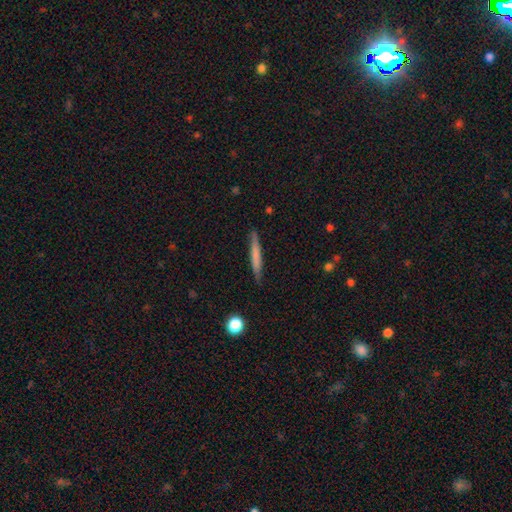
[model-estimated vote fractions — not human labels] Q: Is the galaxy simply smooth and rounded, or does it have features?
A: smooth — 63%.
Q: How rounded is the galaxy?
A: cigar-shaped — 96%.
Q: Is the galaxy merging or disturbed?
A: none — 88%.